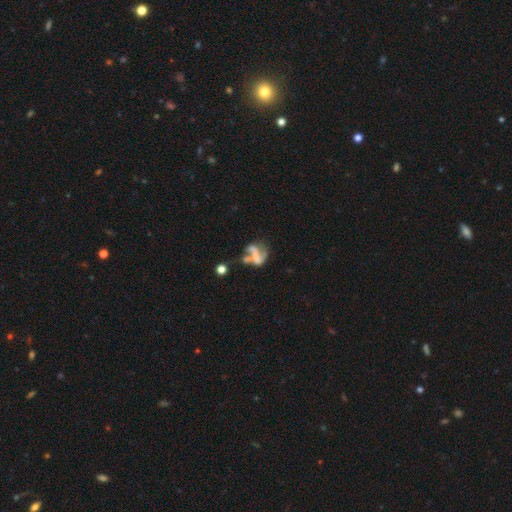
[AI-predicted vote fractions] Morphology: type=featured or disk (59%); edge-on=no (96%); bar=no (58%); spiral arms=no (66%); bulge=none (64%); merging=major disturbance (33%).